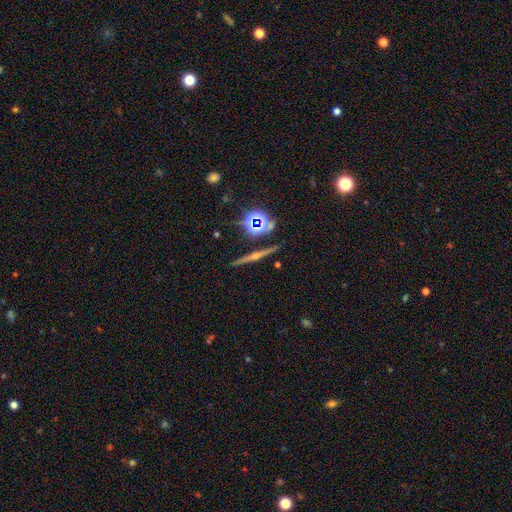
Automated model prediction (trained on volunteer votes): featured or disk 70%, star or artifact 18%, smooth 13%. Down the decision tree: edge-on disk — yes (97%); edge-on bulge — rounded (92%); merging — none (90%).